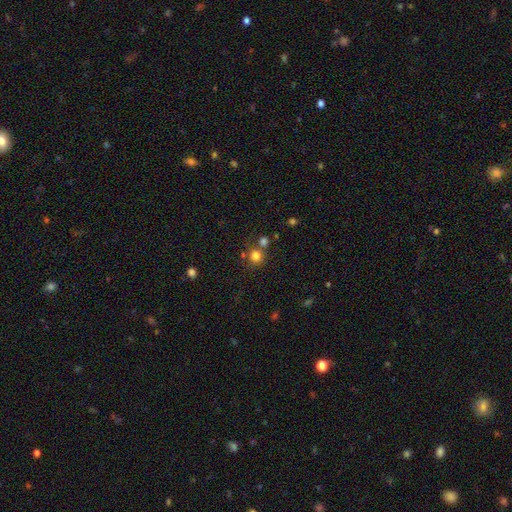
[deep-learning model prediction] smooth_or_featured: smooth (p=0.79) [alt: star or artifact p=0.15]
how_rounded: round (p=0.88) [alt: in between p=0.11]
merging: none (p=0.65) [alt: merger p=0.21]